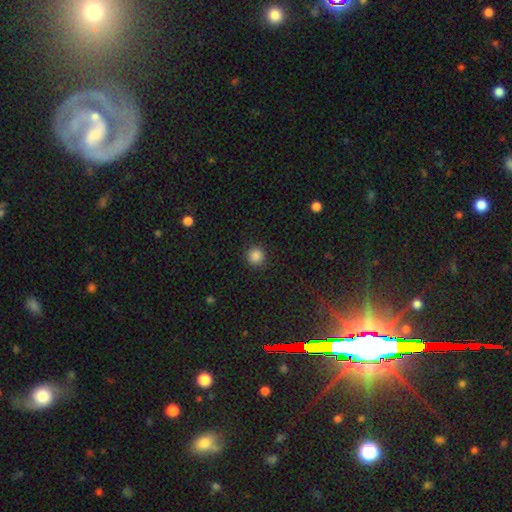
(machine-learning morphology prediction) Smooth or featured: smooth — 87% (star or artifact — 10%)
How rounded: round — 95% (in between — 4%)
Merging: none — 91% (minor disturbance — 6%)